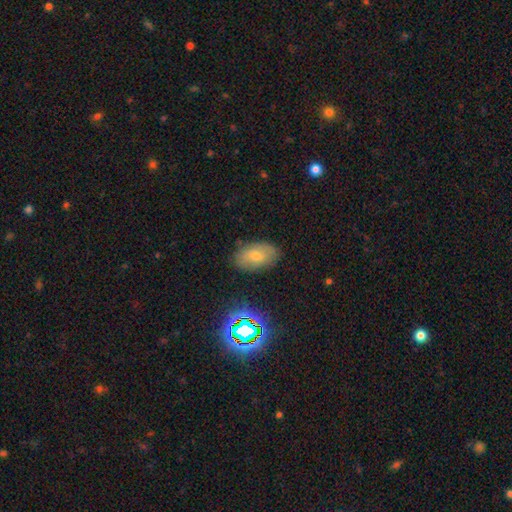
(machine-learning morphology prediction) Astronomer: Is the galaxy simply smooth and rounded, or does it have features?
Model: smooth — 63%.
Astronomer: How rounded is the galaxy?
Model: in between — 91%.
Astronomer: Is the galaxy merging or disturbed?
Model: none — 81%.